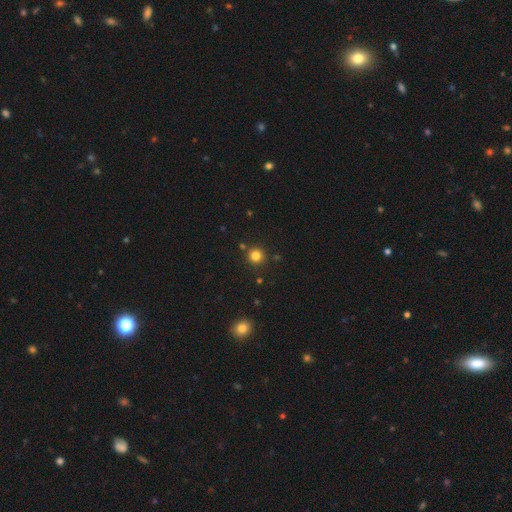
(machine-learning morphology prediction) Overall: smooth (81%). How rounded: round (95%). Merging: none (88%).